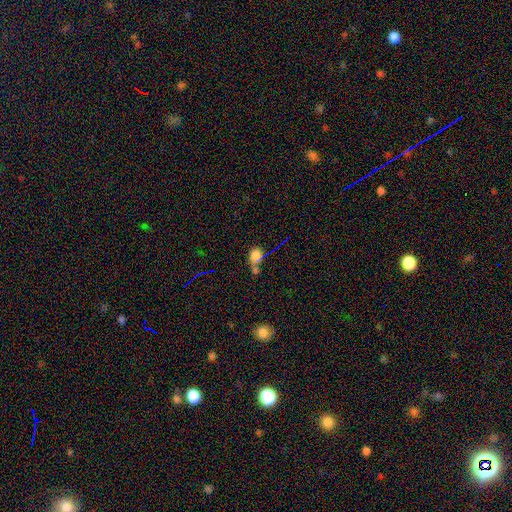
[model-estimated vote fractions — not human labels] Smooth or featured?
  - smooth: 75% *
  - star or artifact: 14%
  - featured or disk: 11%
How rounded?
  - round: 60% *
  - in between: 38%
  - cigar-shaped: 2%
Merging?
  - merger: 38% *
  - none: 35%
  - minor disturbance: 16%
  - major disturbance: 11%